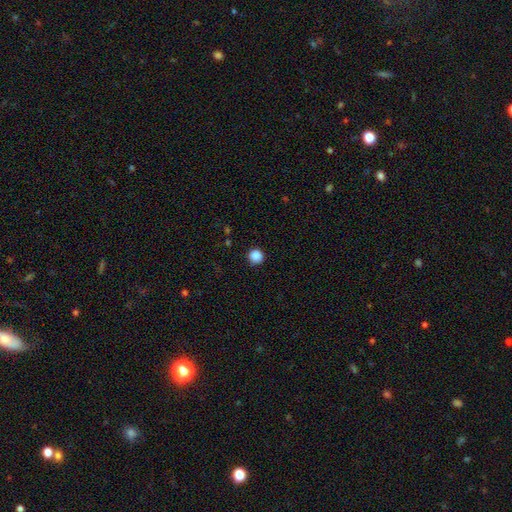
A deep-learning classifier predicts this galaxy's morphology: This is clearly a smooth galaxy (88%). How rounded: clearly round (96%). Merging: clearly none (92%).